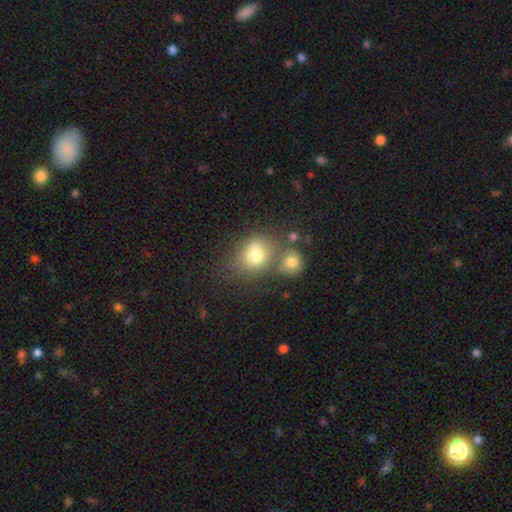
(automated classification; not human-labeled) This appears to be a smooth galaxy with no disk features (75%) that is round (61%). Merging: none (47%).